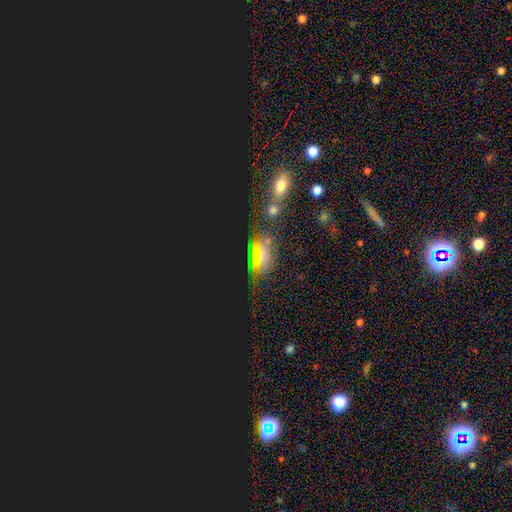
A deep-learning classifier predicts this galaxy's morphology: A star or artifact, not a galaxy (62%).

Vote fractions:
- Smooth or featured? star or artifact: 62% / featured or disk: 19% / smooth: 18%